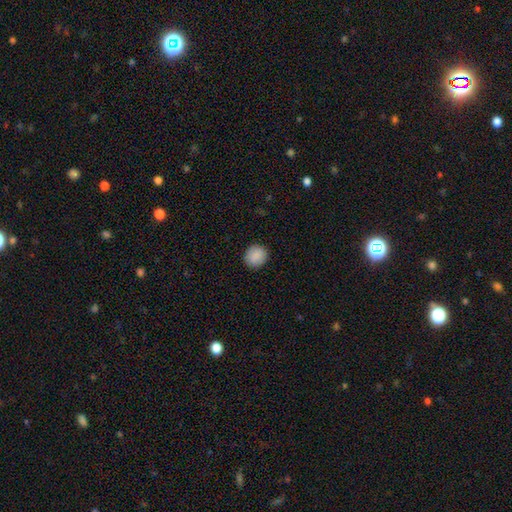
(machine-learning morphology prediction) A smooth galaxy with no disk features (90%) that is round (88%). Merging: none (91%).